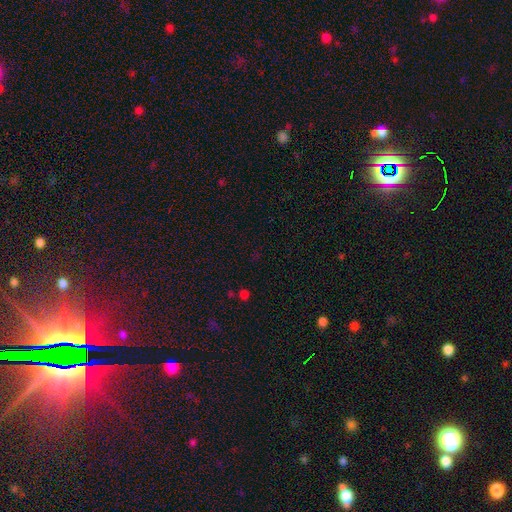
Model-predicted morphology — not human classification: smooth-or-featured: star or artifact: 62% | smooth: 31% | featured or disk: 7%